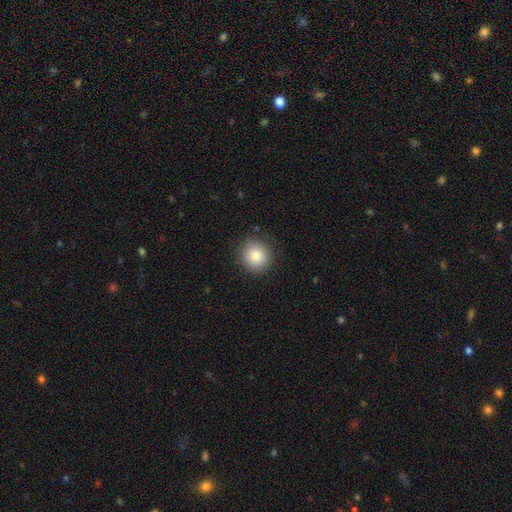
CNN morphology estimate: smooth 83%, star or artifact 9%, featured or disk 7%. Down the decision tree: how rounded — round (92%); merging — none (89%).